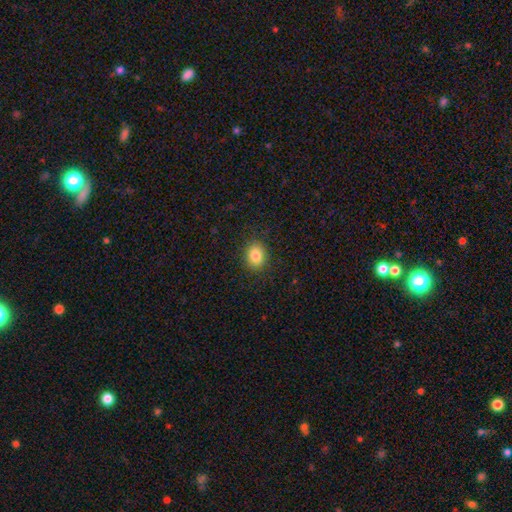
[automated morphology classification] type=smooth (84%); roundness=round (50%); merging=none (88%).